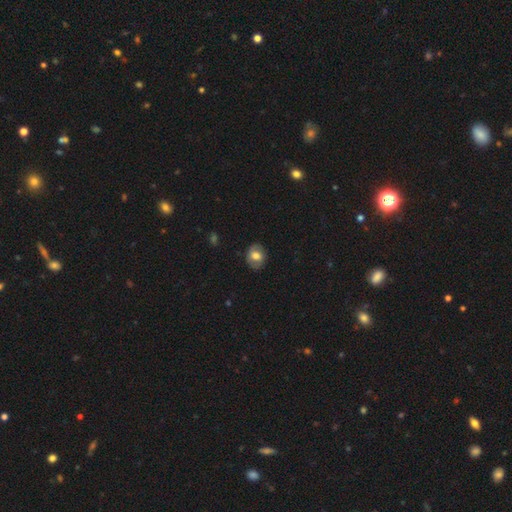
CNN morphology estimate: smooth-or-featured: smooth: 65% | featured or disk: 27% | star or artifact: 8%
  how-rounded: round: 50% | in between: 49% | cigar-shaped: 1%
  merging: none: 82% | minor disturbance: 13% | major disturbance: 3% | merger: 1%